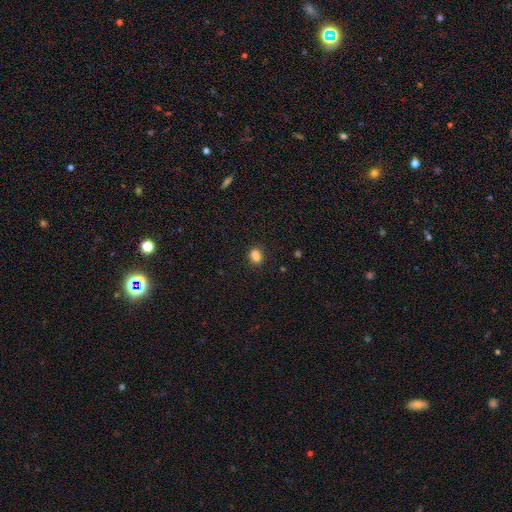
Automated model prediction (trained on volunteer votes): Smooth or featured? Predicted: smooth (p=0.86). How rounded? Predicted: in between (p=0.60). Merging? Predicted: none (p=0.88).